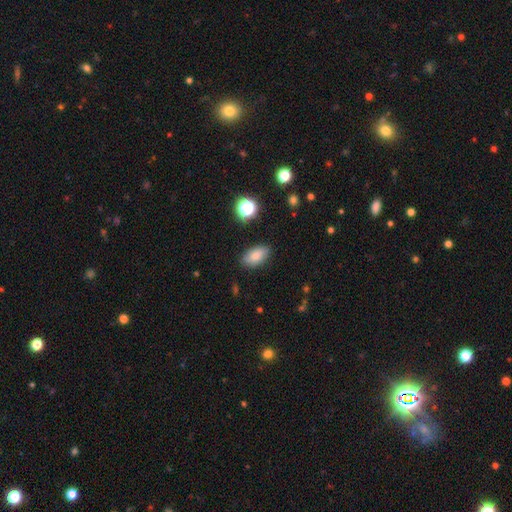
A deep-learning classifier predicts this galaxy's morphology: A smooth galaxy with no disk features (82%) that is in between round and cigar-shaped (91%). Merging: none (85%).